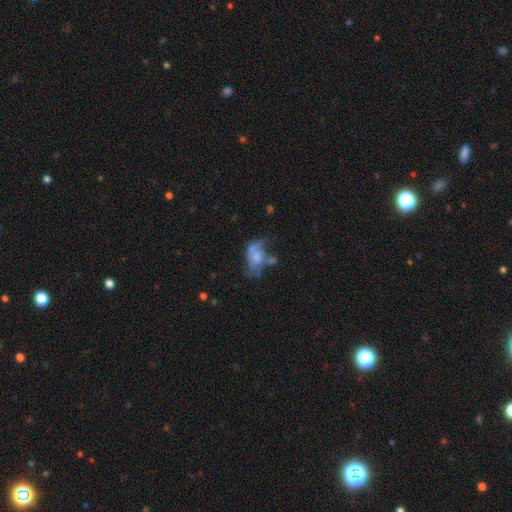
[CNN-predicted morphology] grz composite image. It shows a featured or disk galaxy (48%). Merging: major disturbance (39%).